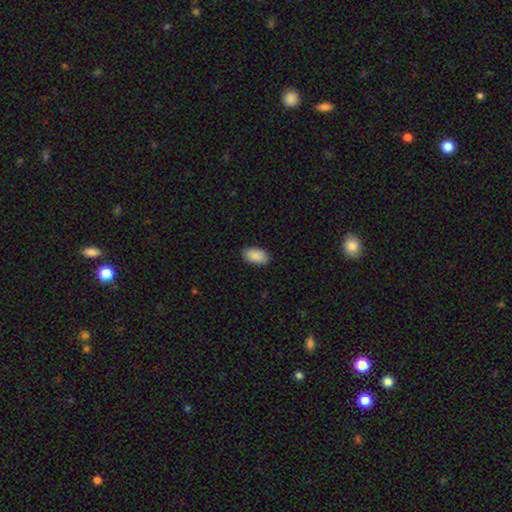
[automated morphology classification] Smooth or featured? smooth (91%)
How rounded? in between (95%)
Merging? none (89%)